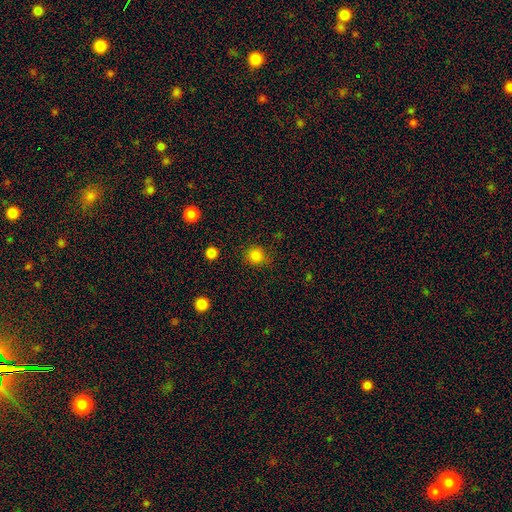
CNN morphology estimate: This appears to be a smooth galaxy with no disk features (84%) that is round (87%). Merging: none (81%).